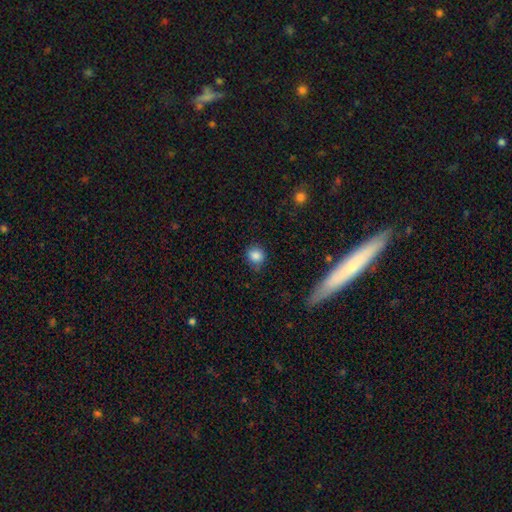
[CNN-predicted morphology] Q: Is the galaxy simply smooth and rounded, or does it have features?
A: smooth — 85%.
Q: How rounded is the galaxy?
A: round — 82%.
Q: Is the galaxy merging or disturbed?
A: none — 73%.